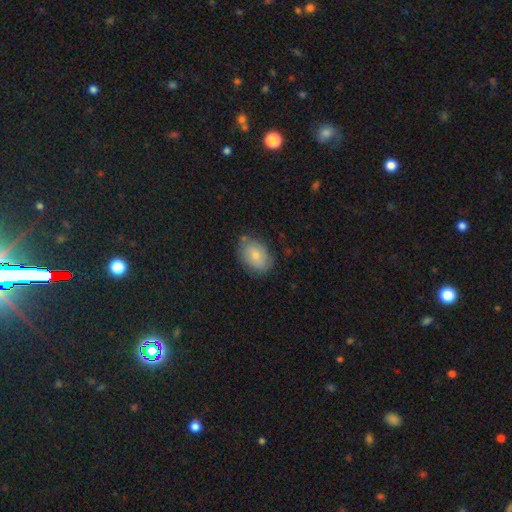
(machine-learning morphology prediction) Smooth or featured: smooth — 77% (featured or disk — 16%)
How rounded: in between — 79% (round — 19%)
Merging: none — 76% (minor disturbance — 18%)